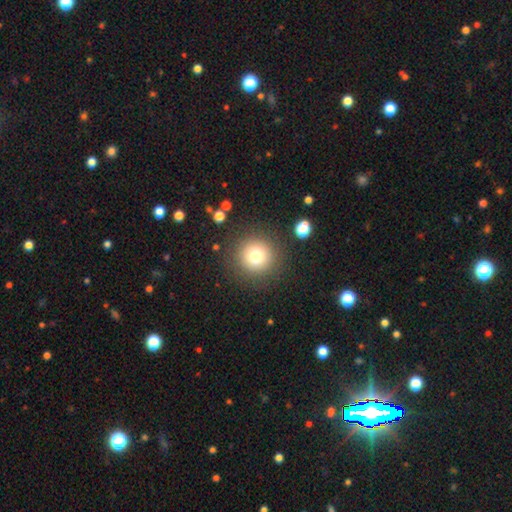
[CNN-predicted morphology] This appears to be a smooth galaxy with no disk features (78%) that is round (95%). Merging: none (87%).